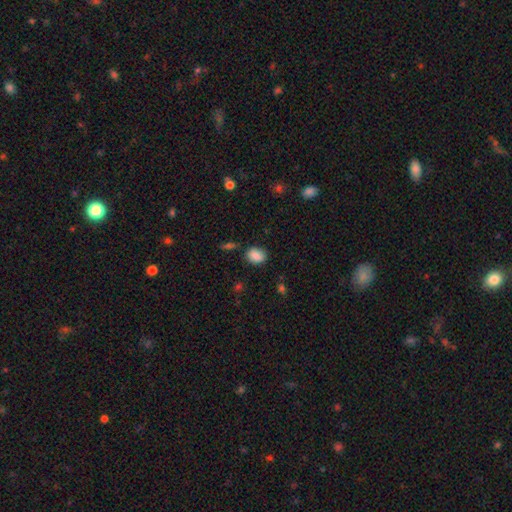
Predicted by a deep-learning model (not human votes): Overall: smooth (86%). How rounded: in between (59%; round 40%). Merging: none (79%).